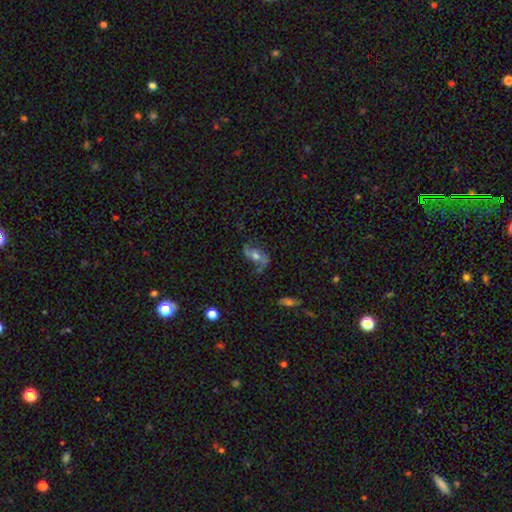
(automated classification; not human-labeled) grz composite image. It shows a featured or disk galaxy (72%) with no bar (53%), 2 (89%) loose (67%) spiral arms (89%) and a moderate central bulge (62%). Merging: none (64%).